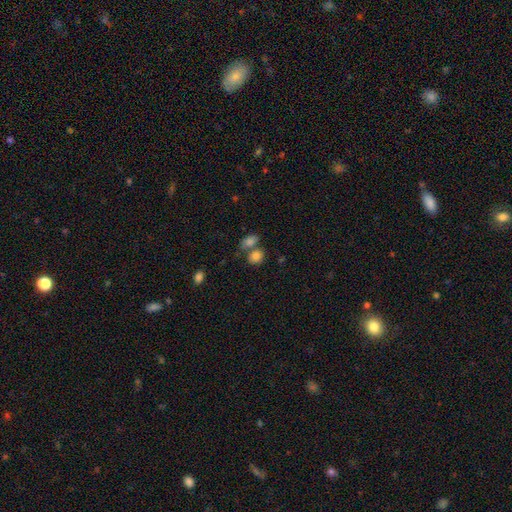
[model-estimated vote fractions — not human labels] The model was most divided on "merging": none: 46%, merger: 39%, minor disturbance: 11%, major disturbance: 4%. More confident: smooth or featured — smooth (83%); how rounded — round (52%).